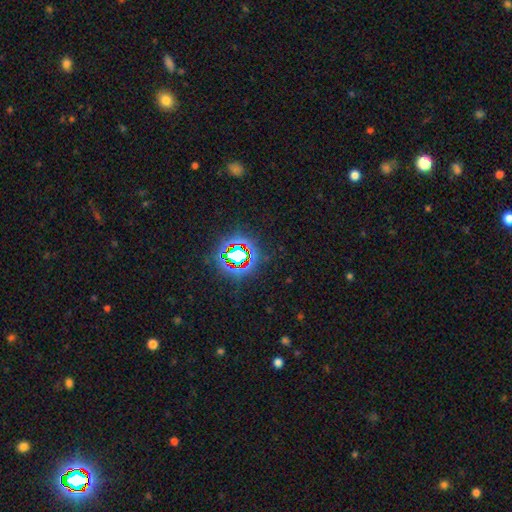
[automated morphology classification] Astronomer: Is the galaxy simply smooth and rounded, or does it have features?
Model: star or artifact — 80%.